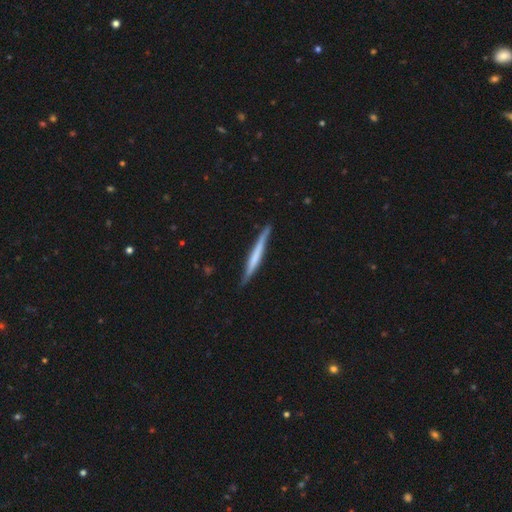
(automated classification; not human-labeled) smooth-or-featured: featured or disk: 52% | smooth: 43% | star or artifact: 5%
  disk-edge-on: yes: 96% | no: 4%
  merging: none: 84% | minor disturbance: 12% | major disturbance: 2% | merger: 1%